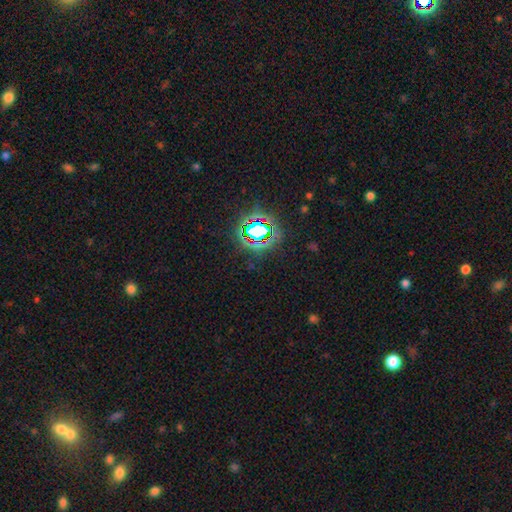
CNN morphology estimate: Q: Smooth or featured?
A: star or artifact (80%); runner-up: smooth (12%)